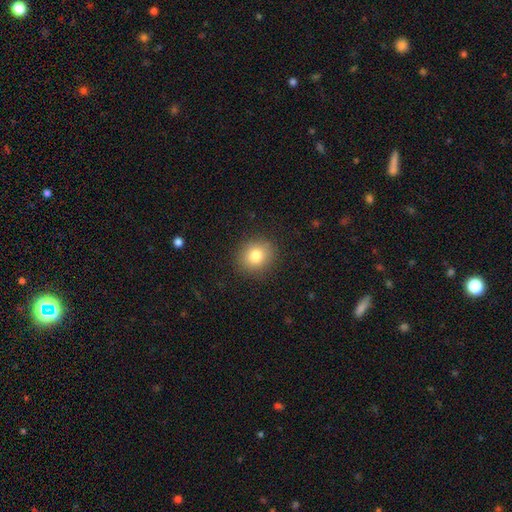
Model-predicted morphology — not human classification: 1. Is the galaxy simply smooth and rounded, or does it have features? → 81% smooth, 10% star or artifact, 9% featured or disk.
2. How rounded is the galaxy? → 78% round, 21% in between, 1% cigar-shaped.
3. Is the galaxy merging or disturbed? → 88% none, 8% minor disturbance, 3% major disturbance, 1% merger.